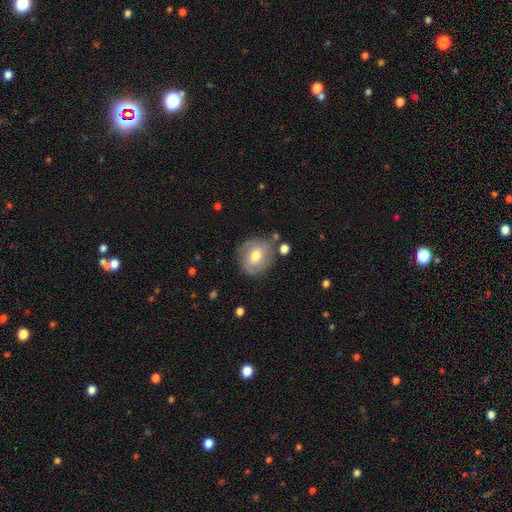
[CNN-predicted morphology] Q: Smooth or featured?
A: smooth (60%); runner-up: featured or disk (33%)
Q: How rounded?
A: round (76%); runner-up: in between (23%)
Q: Merging?
A: none (70%); runner-up: minor disturbance (19%)